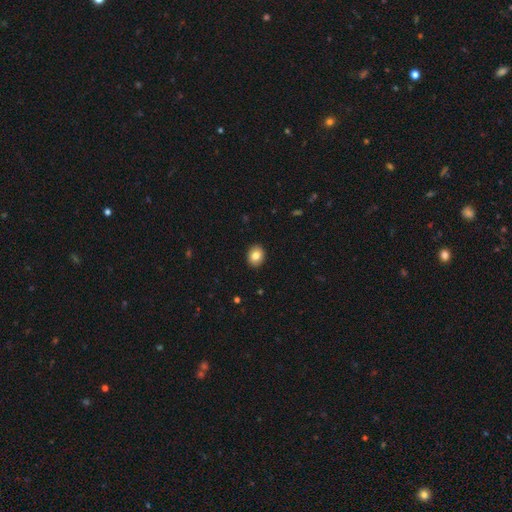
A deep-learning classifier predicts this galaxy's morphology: This is clearly a smooth galaxy (83%). How rounded: possibly round (50%, tied with in between). Merging: clearly none (92%).